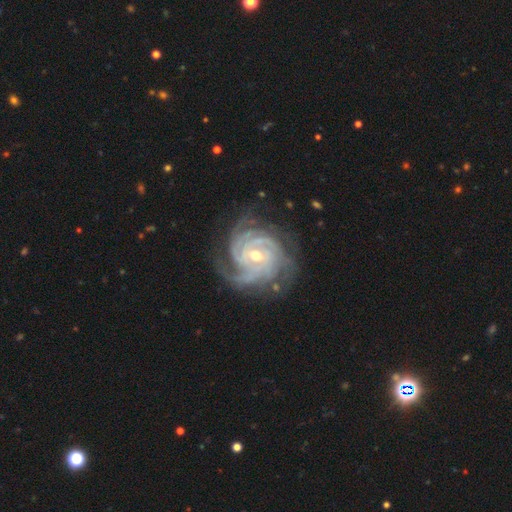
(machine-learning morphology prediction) Smooth or featured?
  - featured or disk: 92% *
  - star or artifact: 4%
  - smooth: 3%
Edge-on disk?
  - no: 98% *
  - yes: 2%
Bar?
  - no: 52% *
  - weak: 35%
  - strong: 13%
Spiral arms?
  - yes: 99% *
  - no: 1%
Spiral winding?
  - tight: 78% *
  - medium: 20%
  - loose: 3%
Spiral arm count?
  - 4: 34% *
  - 3: 24%
  - can't tell: 14%
  - more than 4: 12%
  - 2: 9%
  - 1: 7%
Bulge size?
  - moderate: 51% *
  - small: 46%
  - large: 2%
  - none: 1%
  - dominant: 1%
Merging?
  - none: 76% *
  - minor disturbance: 17%
  - major disturbance: 6%
  - merger: 1%